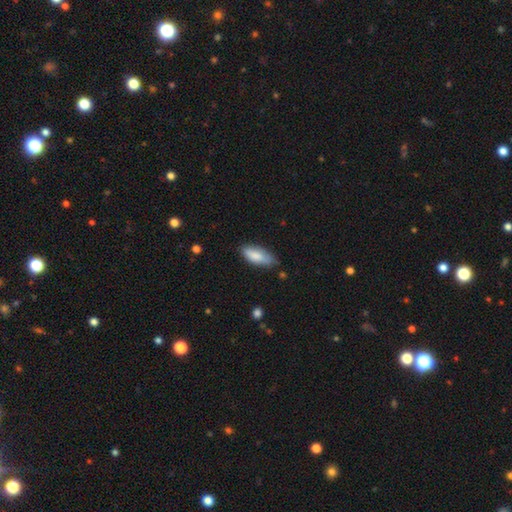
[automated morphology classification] The model was most divided on "how rounded": in between: 73%, cigar-shaped: 25%, round: 2%. More confident: smooth or featured — smooth (82%); merging — none (74%).